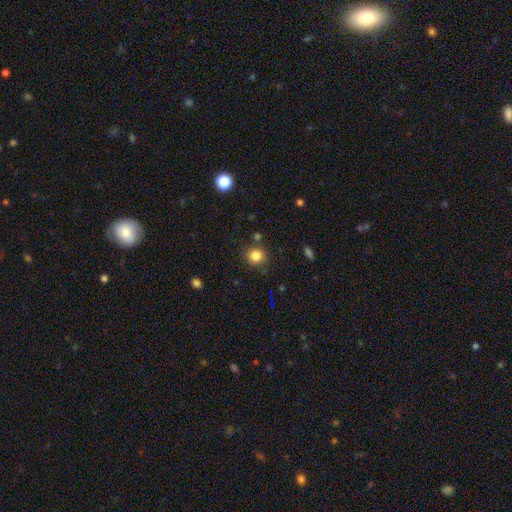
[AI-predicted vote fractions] Smooth or featured? Predicted: smooth (p=0.83). How rounded? Predicted: round (p=0.89). Merging? Predicted: none (p=0.83).